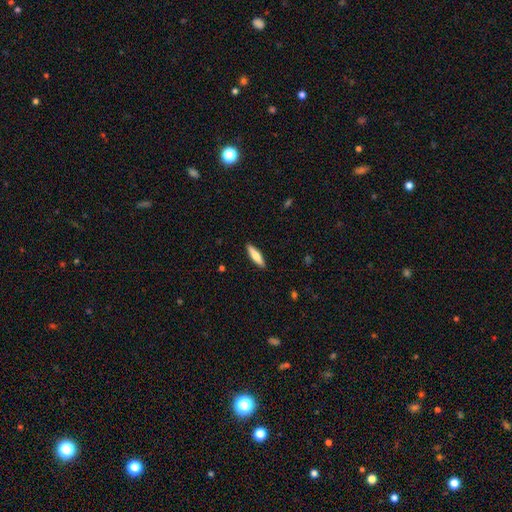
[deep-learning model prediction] Smooth or featured?
  - smooth: 68% *
  - featured or disk: 27%
  - star or artifact: 6%
How rounded?
  - cigar-shaped: 72% *
  - in between: 27%
  - round: 2%
Merging?
  - none: 90% *
  - minor disturbance: 7%
  - major disturbance: 2%
  - merger: 1%